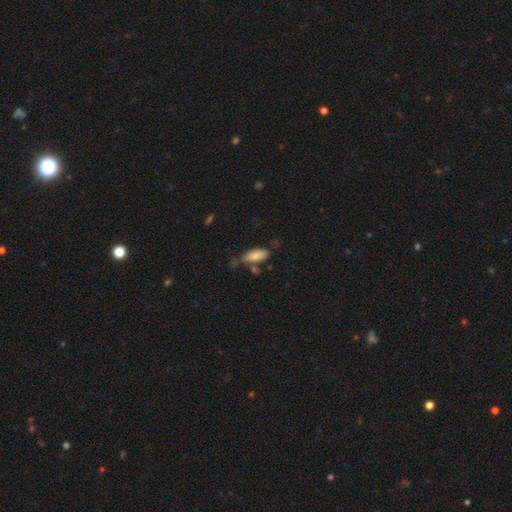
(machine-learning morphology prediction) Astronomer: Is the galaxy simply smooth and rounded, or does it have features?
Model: smooth — 82%.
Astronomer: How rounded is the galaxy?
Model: in between — 83%.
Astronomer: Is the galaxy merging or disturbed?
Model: none — 60%.